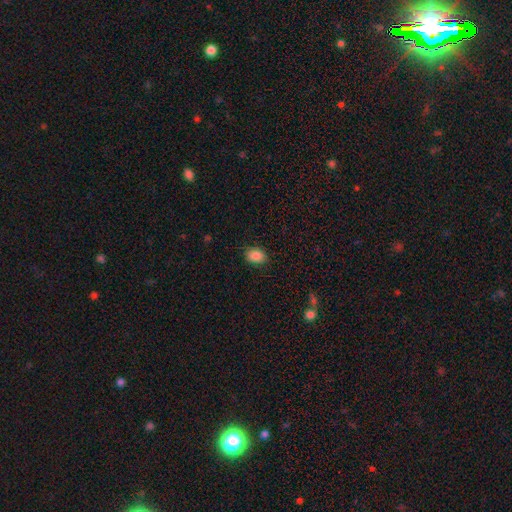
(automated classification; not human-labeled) Smooth or featured? smooth (87%)
How rounded? in between (70%)
Merging? none (85%)